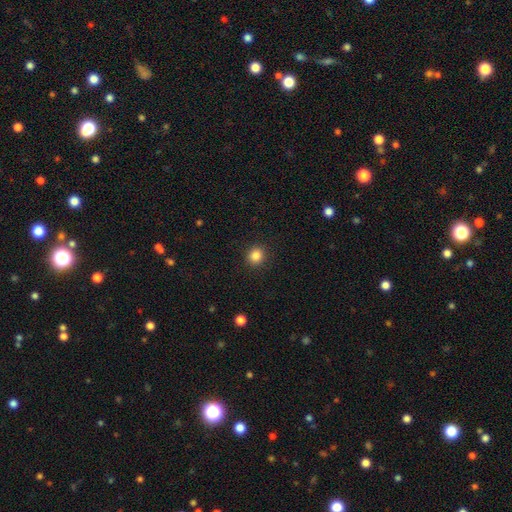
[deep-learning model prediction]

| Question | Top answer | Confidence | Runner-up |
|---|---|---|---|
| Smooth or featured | smooth | 85% | star or artifact (11%) |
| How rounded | round | 89% | in between (10%) |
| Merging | none | 91% | minor disturbance (6%) |